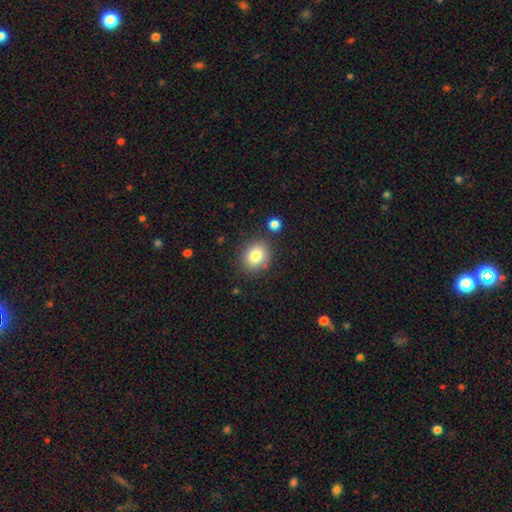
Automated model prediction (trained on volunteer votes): This appears to be a smooth galaxy with no disk features (82%) that is round (65%). Merging: none (82%).